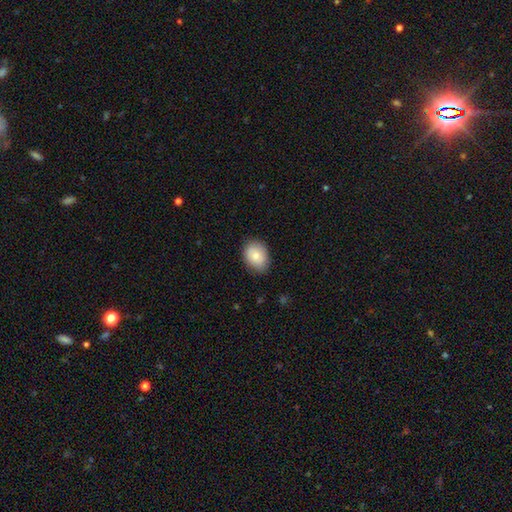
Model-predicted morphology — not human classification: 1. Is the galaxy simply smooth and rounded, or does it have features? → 81% smooth, 12% featured or disk, 7% star or artifact.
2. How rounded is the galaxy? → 63% in between, 36% round, 1% cigar-shaped.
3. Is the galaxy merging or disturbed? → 81% none, 15% minor disturbance, 3% major disturbance, 1% merger.